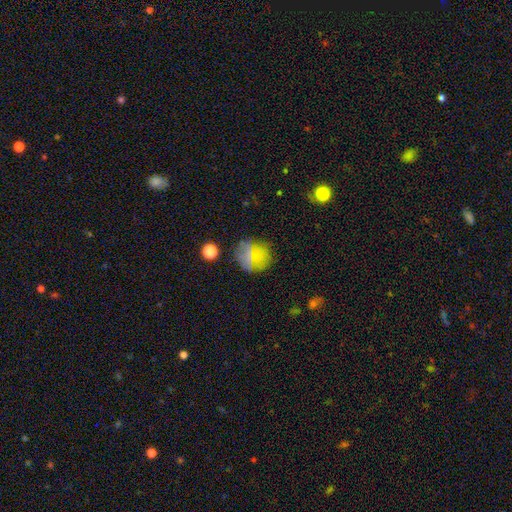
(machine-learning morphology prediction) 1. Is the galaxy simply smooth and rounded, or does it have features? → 65% smooth, 22% star or artifact, 13% featured or disk.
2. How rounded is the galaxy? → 88% round, 10% in between, 1% cigar-shaped.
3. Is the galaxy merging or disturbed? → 80% none, 12% minor disturbance, 5% major disturbance, 3% merger.